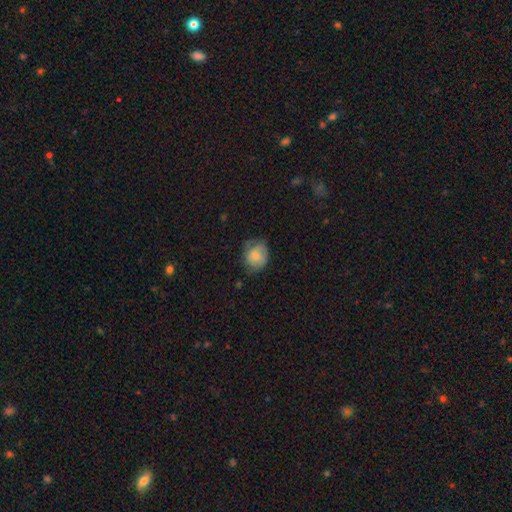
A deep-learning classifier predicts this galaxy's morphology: type=smooth (59%); roundness=round (67%); merging=none (57%).